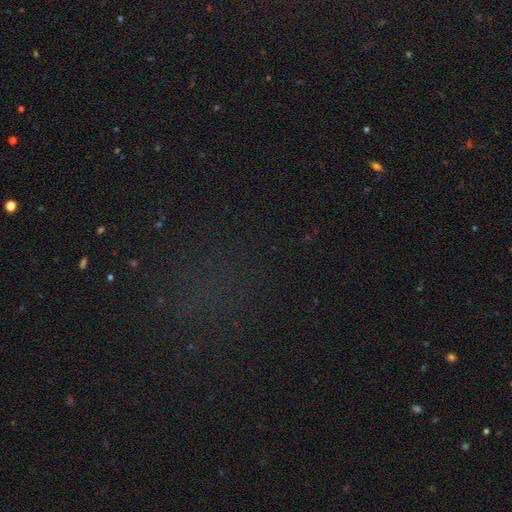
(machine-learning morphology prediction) Overall: star or artifact (65%).